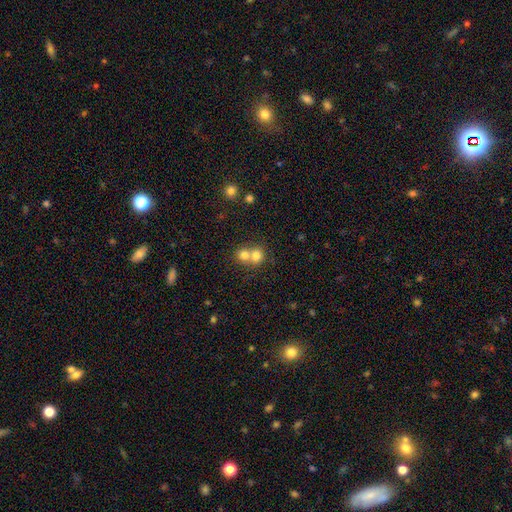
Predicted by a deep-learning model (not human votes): Morphology: type=smooth (76%); roundness=round (81%); merging=merger (62%).